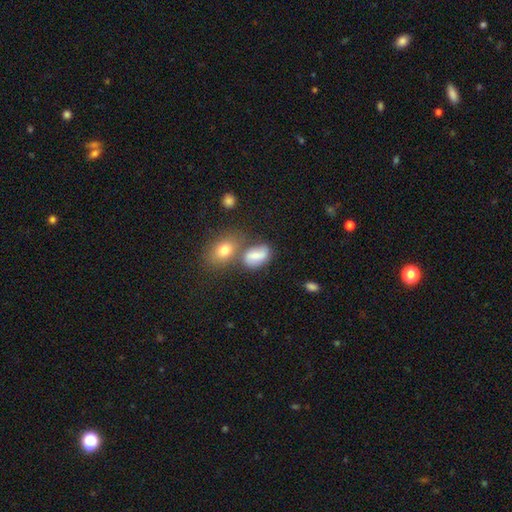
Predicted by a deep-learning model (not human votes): Overall: smooth (67%). How rounded: in between (82%). Merging: none (49%; merger 23%).